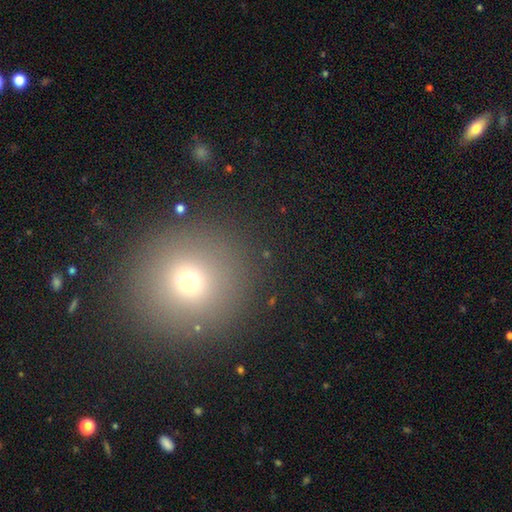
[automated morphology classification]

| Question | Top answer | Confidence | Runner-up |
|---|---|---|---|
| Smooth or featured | smooth | 68% | star or artifact (23%) |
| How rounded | round | 93% | in between (6%) |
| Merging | none | 90% | minor disturbance (6%) |